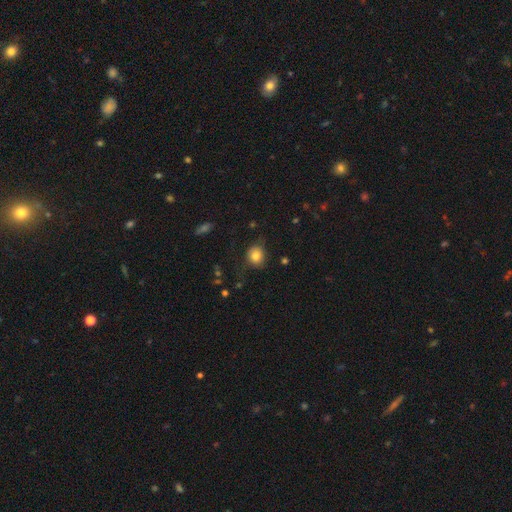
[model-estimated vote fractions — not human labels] Smooth or featured? Predicted: smooth (p=0.80). How rounded? Predicted: round (p=0.77). Merging? Predicted: none (p=0.73).